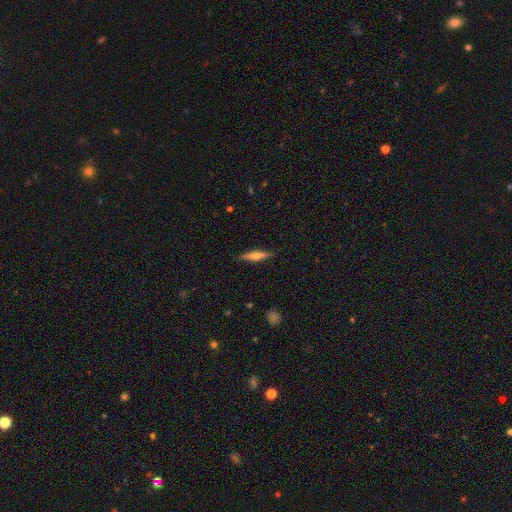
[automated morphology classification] Smooth or featured? featured or disk (62%)
Edge-on disk? yes (97%)
Edge-on bulge? rounded (89%)
Merging? none (89%)